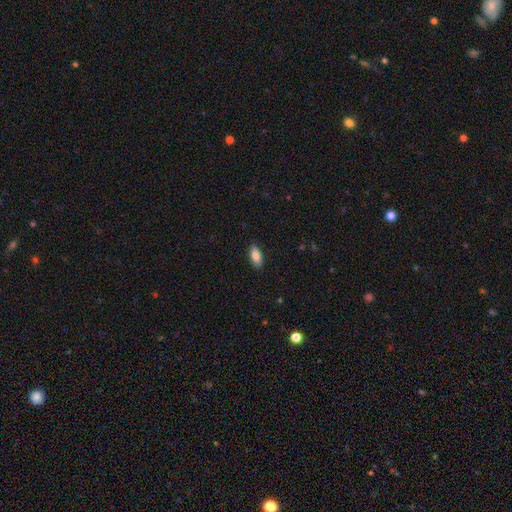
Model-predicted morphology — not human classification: type=smooth (85%); roundness=in between (84%); merging=none (89%).